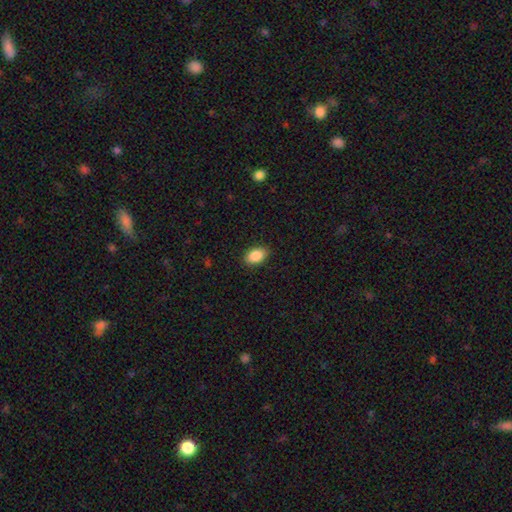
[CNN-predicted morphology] smooth_or_featured: smooth (p=0.88) [alt: star or artifact p=0.08]
how_rounded: in between (p=0.89) [alt: round p=0.10]
merging: none (p=0.88) [alt: minor disturbance p=0.09]